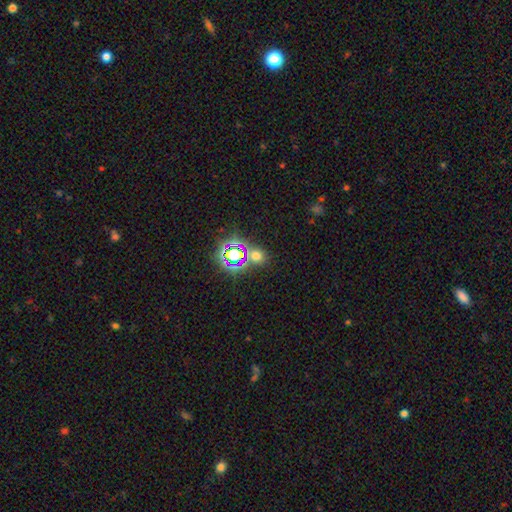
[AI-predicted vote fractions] Overall: smooth (50%; star or artifact 42%). How rounded: round (77%). Merging: none (73%).